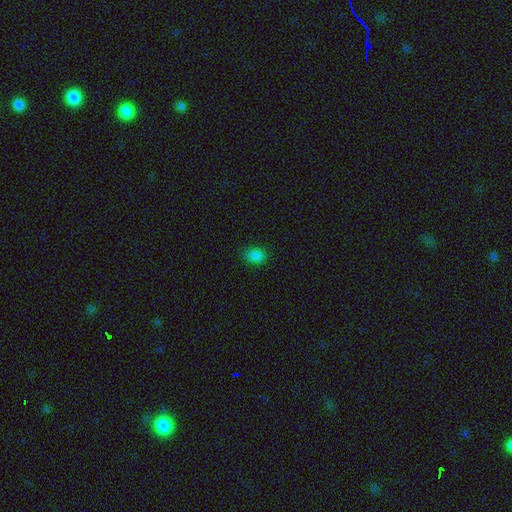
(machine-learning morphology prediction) This is clearly a smooth galaxy (82%). How rounded: possibly round (51%). Merging: clearly none (85%).